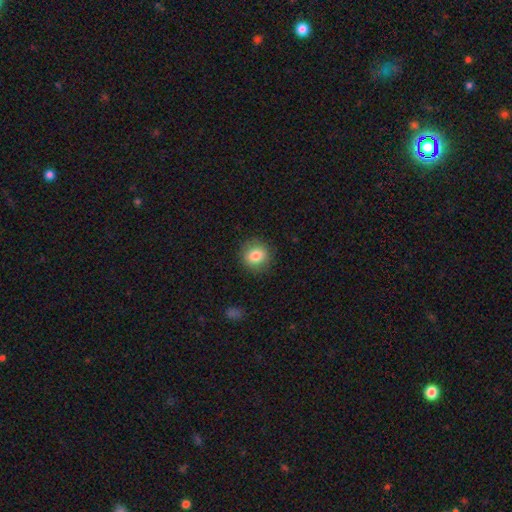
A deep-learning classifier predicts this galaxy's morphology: Smooth or featured? smooth (82%)
How rounded? round (89%)
Merging? none (89%)